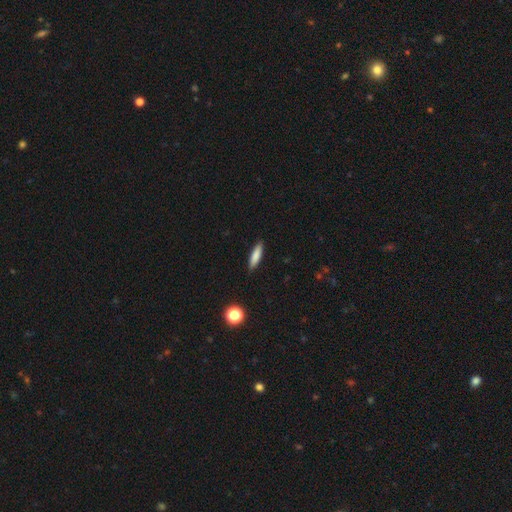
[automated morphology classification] Smooth or featured? smooth (81%)
How rounded? cigar-shaped (69%)
Merging? none (89%)